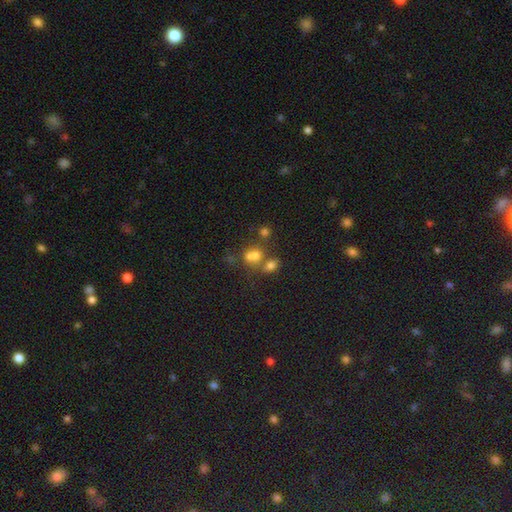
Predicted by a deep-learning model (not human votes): Q: Smooth or featured?
A: smooth (67%); runner-up: star or artifact (18%)
Q: How rounded?
A: round (50%); runner-up: in between (48%)
Q: Merging?
A: merger (51%); runner-up: none (34%)